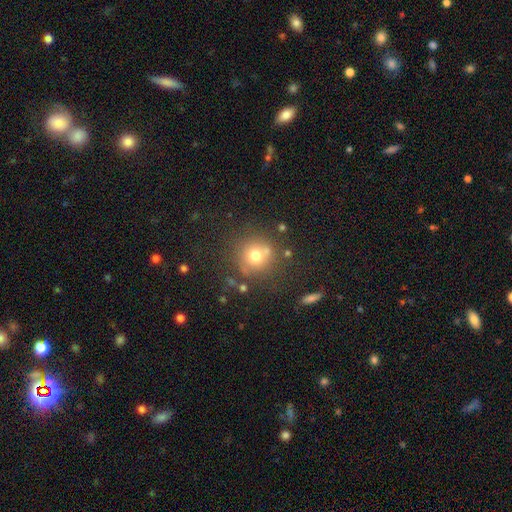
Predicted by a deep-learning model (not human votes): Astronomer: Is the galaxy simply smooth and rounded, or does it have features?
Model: smooth — 72%.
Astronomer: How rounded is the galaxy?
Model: round — 91%.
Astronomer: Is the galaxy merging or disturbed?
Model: none — 72%.